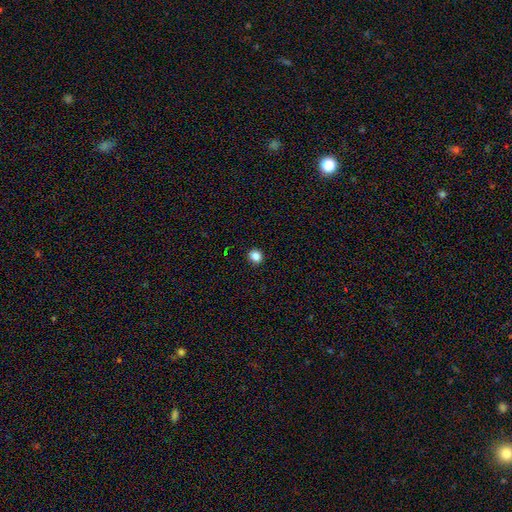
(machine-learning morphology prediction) smooth_or_featured: smooth (p=0.85) [alt: star or artifact p=0.11]
how_rounded: round (p=0.84) [alt: in between p=0.15]
merging: none (p=0.92) [alt: minor disturbance p=0.06]